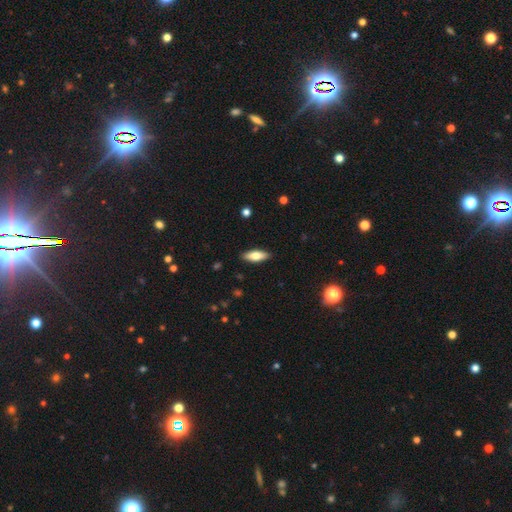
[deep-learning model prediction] A smooth galaxy with no disk features (72%) that is in between round and cigar-shaped (66%).

Vote fractions:
- Smooth or featured? smooth: 72% / featured or disk: 22% / star or artifact: 6%
- How rounded? in between: 66% / cigar-shaped: 32% / round: 2%
- Merging? none: 89% / minor disturbance: 8% / major disturbance: 2% / merger: 1%